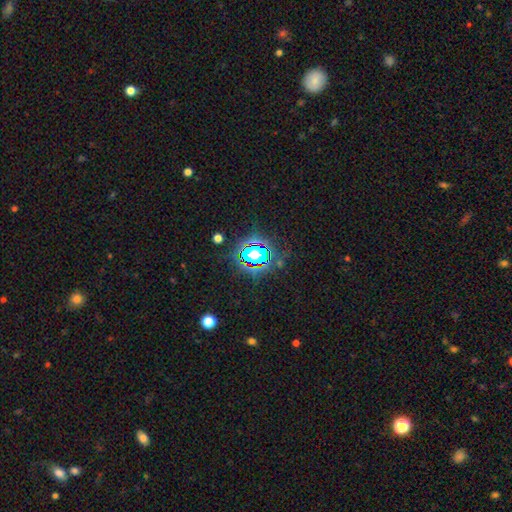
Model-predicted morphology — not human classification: star or artifact 67%, smooth 21%, featured or disk 12%.